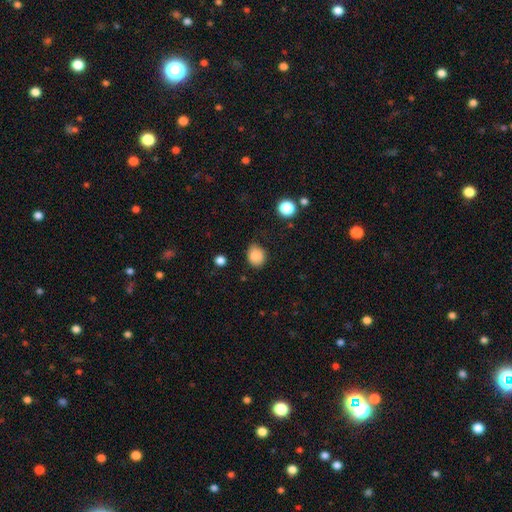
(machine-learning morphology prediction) This appears to be a smooth galaxy with no disk features (85%) that is round (61%). Merging: none (75%).